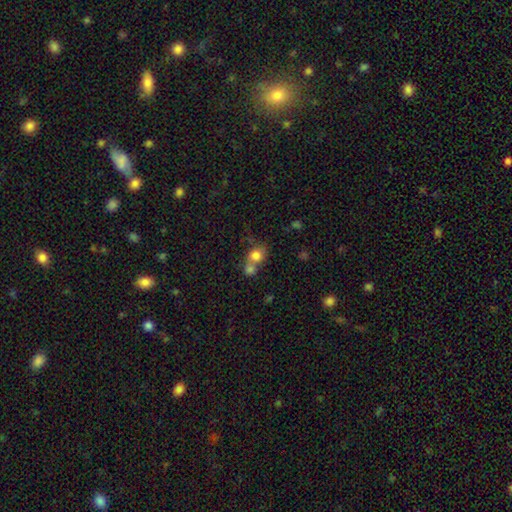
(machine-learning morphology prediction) This appears to be a smooth galaxy with no disk features (78%) that is round (68%). Merging: merger (56%).